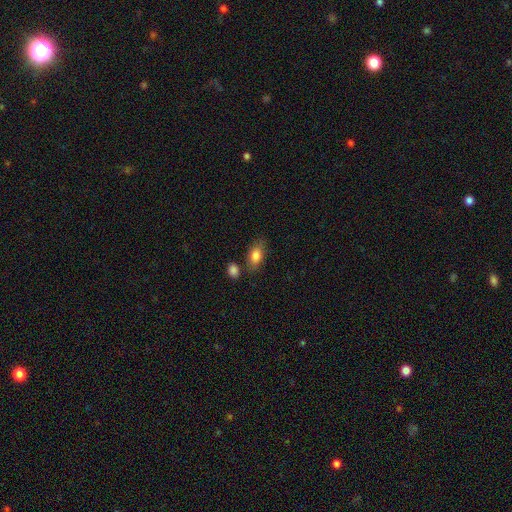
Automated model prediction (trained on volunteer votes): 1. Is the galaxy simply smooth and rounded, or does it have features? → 82% smooth, 11% featured or disk, 8% star or artifact.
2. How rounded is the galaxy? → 86% in between, 10% round, 4% cigar-shaped.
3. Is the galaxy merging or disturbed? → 73% none, 15% minor disturbance, 8% merger, 4% major disturbance.